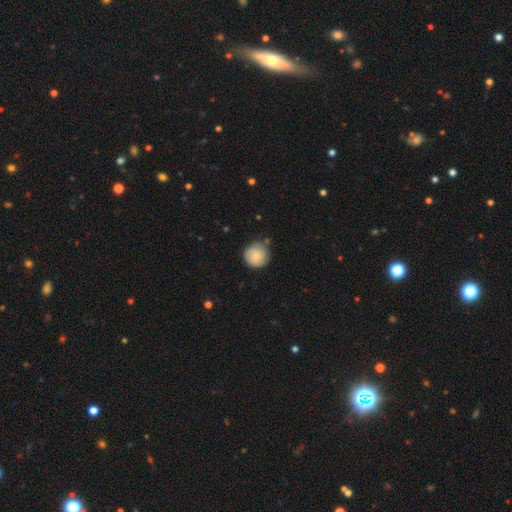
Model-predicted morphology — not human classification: The model was most divided on "smooth or featured": smooth: 71%, featured or disk: 22%, star or artifact: 7%. More confident: how rounded — round (93%); merging — none (74%).